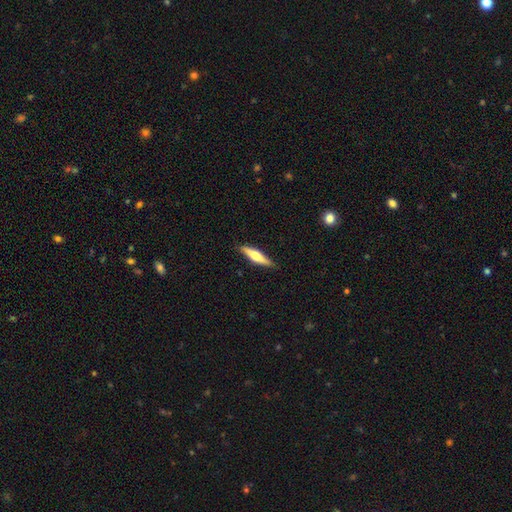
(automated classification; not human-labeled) smooth-or-featured: featured or disk: 52% | smooth: 43% | star or artifact: 5%
  disk-edge-on: yes: 95% | no: 5%
  merging: none: 88% | minor disturbance: 10% | major disturbance: 2% | merger: 1%